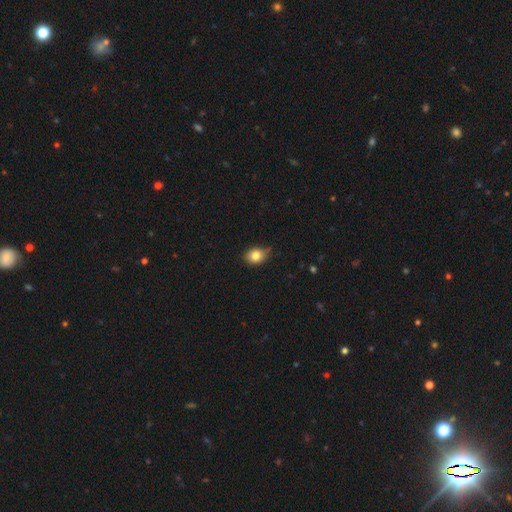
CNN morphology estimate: Smooth or featured? smooth (81%)
How rounded? in between (56%)
Merging? none (67%)